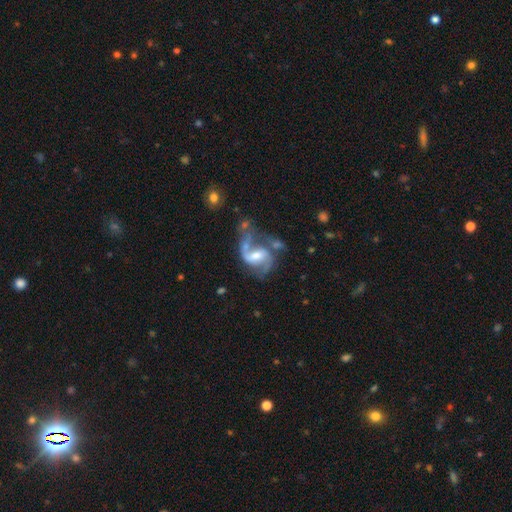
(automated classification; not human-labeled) A featured or disk galaxy (84%) with a weak bar (51%), 2 (80%) loose (47%) spiral arms (93%) and a moderate central bulge (51%).

Vote fractions:
- Smooth or featured? featured or disk: 84% / smooth: 10% / star or artifact: 6%
- Edge-on disk? no: 97% / yes: 3%
- Bar? weak: 51% / strong: 30% / no: 19%
- Spiral arms? yes: 93% / no: 7%
- Spiral winding? loose: 47% / medium: 44% / tight: 10%
- Spiral arm count? 2: 80% / 1: 11% / can't tell: 4% / 3: 2% / 4: 1% / more than 4: 1%
- Bulge size? moderate: 51% / small: 30% / large: 10% / none: 7% / dominant: 1%
- Merging? none: 36% / major disturbance: 27% / merger: 19% / minor disturbance: 18%